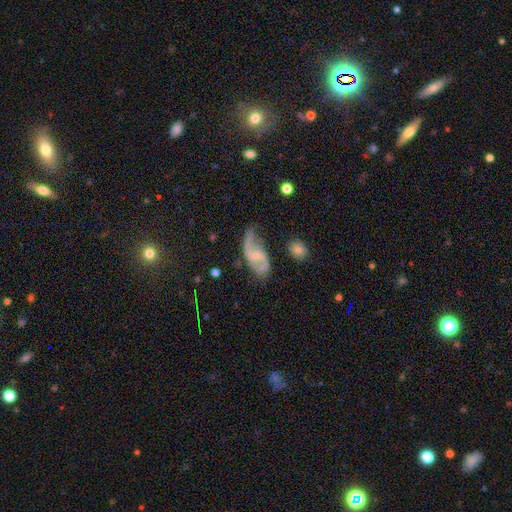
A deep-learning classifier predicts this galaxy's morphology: Smooth or featured?
  - featured or disk: 82% *
  - smooth: 11%
  - star or artifact: 6%
Edge-on disk?
  - no: 96% *
  - yes: 4%
Bar?
  - weak: 45% *
  - no: 42%
  - strong: 13%
Spiral arms?
  - yes: 93% *
  - no: 7%
Spiral winding?
  - loose: 62% *
  - medium: 29%
  - tight: 9%
Spiral arm count?
  - 2: 88% *
  - 1: 5%
  - can't tell: 4%
  - 3: 1%
  - 4: 1%
  - more than 4: 1%
Bulge size?
  - small: 65% *
  - moderate: 21%
  - none: 12%
  - large: 1%
  - dominant: 1%
Merging?
  - none: 55% *
  - minor disturbance: 27%
  - major disturbance: 15%
  - merger: 4%